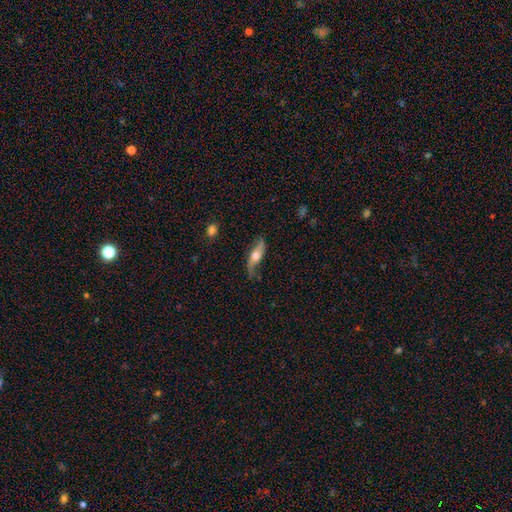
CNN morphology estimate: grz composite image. It shows a featured or disk galaxy (61%). Merging: none (63%).